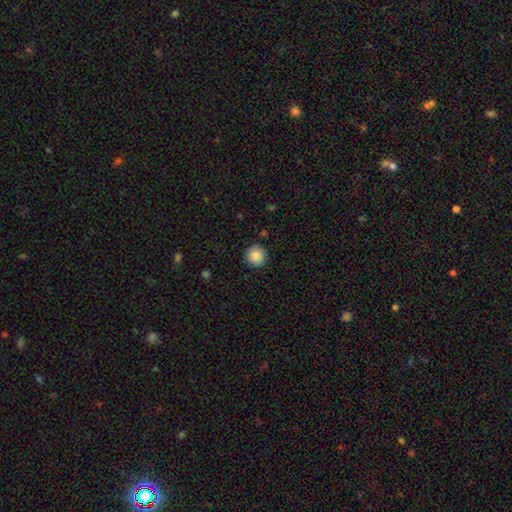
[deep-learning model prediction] Morphology: type=smooth (88%); roundness=round (95%); merging=none (91%).